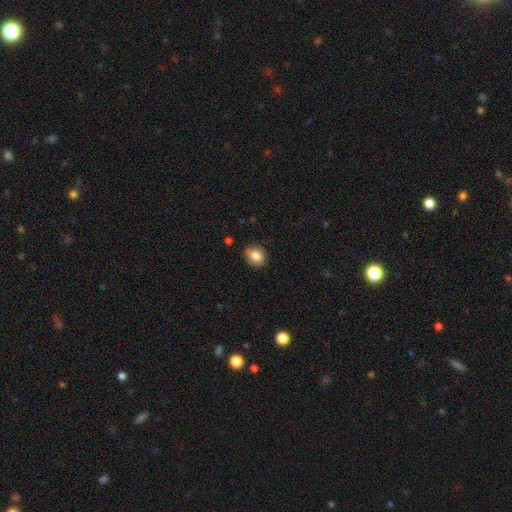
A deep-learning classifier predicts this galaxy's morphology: This appears to be a smooth galaxy with no disk features (82%) that is round (59%). Merging: none (81%).